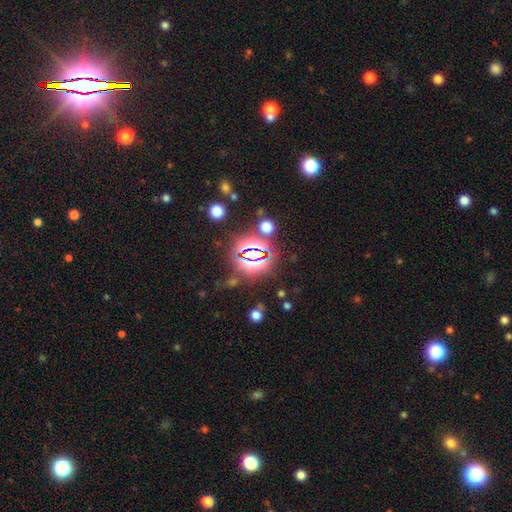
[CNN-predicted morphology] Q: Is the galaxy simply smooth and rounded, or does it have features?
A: star or artifact — 81%.